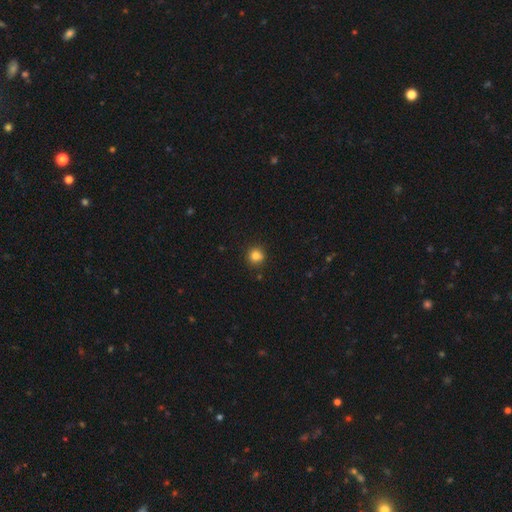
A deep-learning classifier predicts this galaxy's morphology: type=smooth (83%); roundness=round (92%); merging=none (89%).